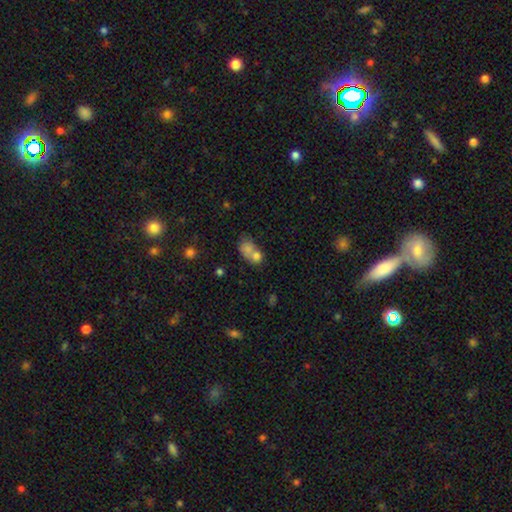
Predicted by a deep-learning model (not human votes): This is likely a smooth galaxy (73%). How rounded: likely in between (60%). Merging: likely merger (60%).